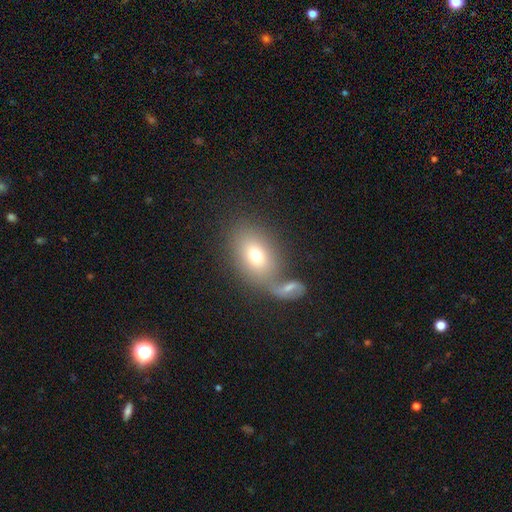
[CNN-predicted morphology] Smooth or featured? Predicted: smooth (p=0.71). How rounded? Predicted: in between (p=0.74). Merging? Predicted: none (p=0.48).